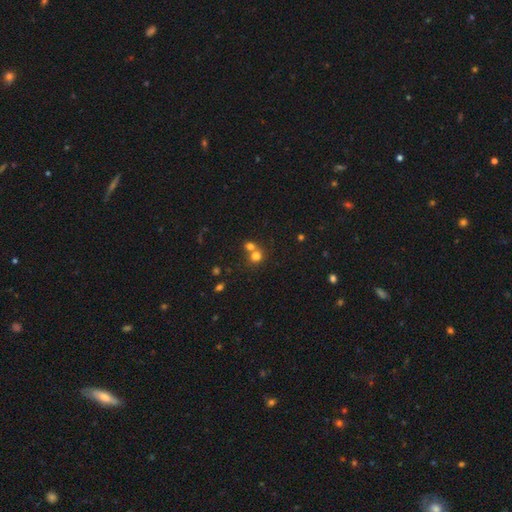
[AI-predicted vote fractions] Smooth or featured? Predicted: smooth (p=0.74). How rounded? Predicted: round (p=0.78). Merging? Predicted: merger (p=0.52).